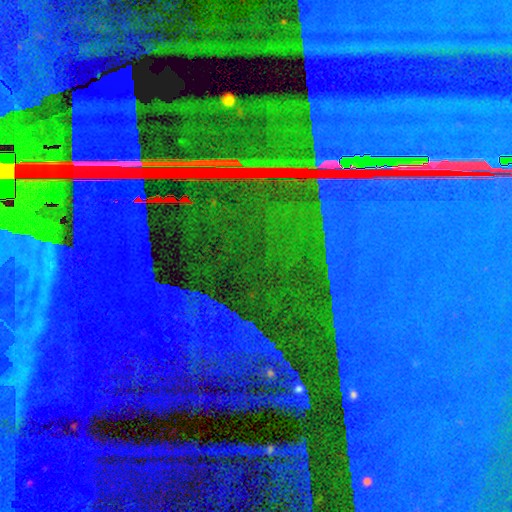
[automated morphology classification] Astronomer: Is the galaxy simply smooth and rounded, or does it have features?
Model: star or artifact — 87%.